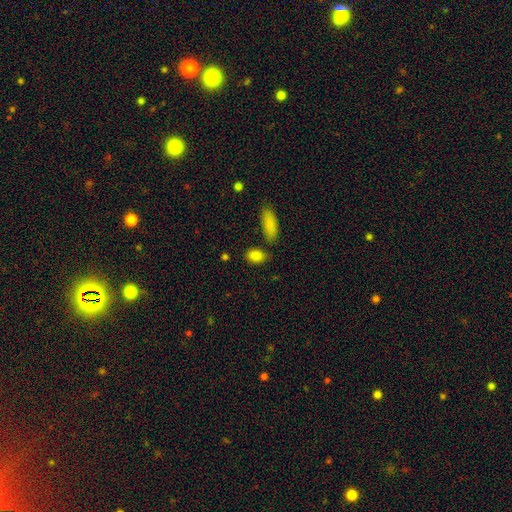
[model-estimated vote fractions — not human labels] smooth 86%, star or artifact 9%, featured or disk 5%. Down the decision tree: how rounded — in between (85%); merging — none (73%).